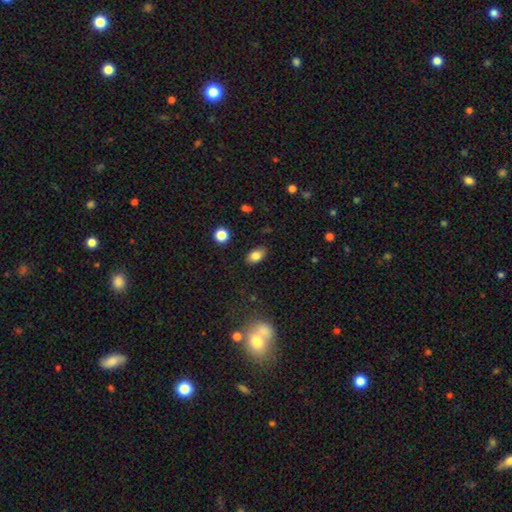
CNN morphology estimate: Q: Smooth or featured?
A: smooth (82%); runner-up: star or artifact (9%)
Q: How rounded?
A: in between (89%); runner-up: round (8%)
Q: Merging?
A: none (86%); runner-up: minor disturbance (10%)